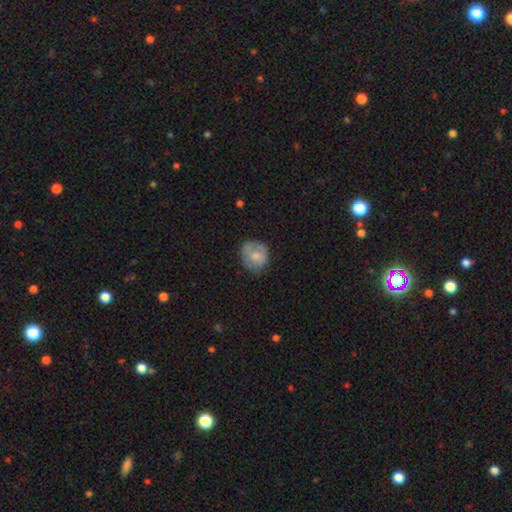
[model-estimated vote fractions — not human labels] Smooth or featured?
  - smooth: 67% *
  - featured or disk: 26%
  - star or artifact: 7%
How rounded?
  - round: 75% *
  - in between: 24%
  - cigar-shaped: 1%
Merging?
  - none: 63% *
  - minor disturbance: 26%
  - major disturbance: 9%
  - merger: 2%